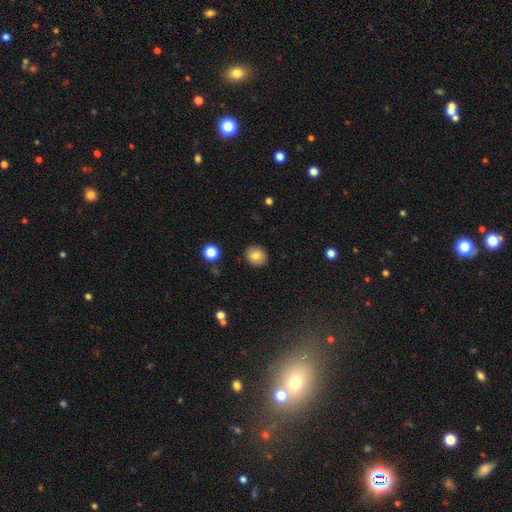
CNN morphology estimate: Overall: smooth (81%). How rounded: round (77%). Merging: none (90%).